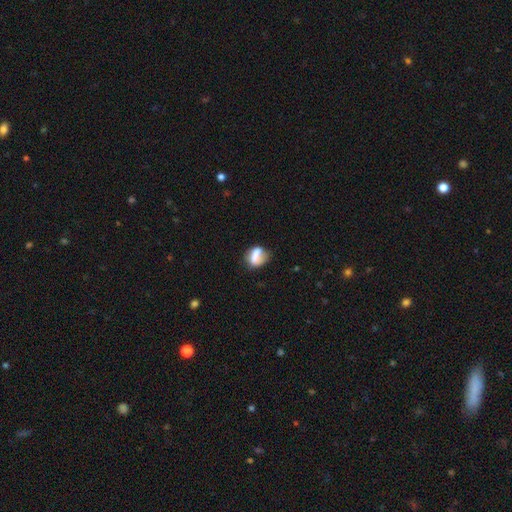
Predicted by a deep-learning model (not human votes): Overall: smooth (66%). How rounded: in between (57%; round 39%). Merging: none (39%; minor disturbance 24%).